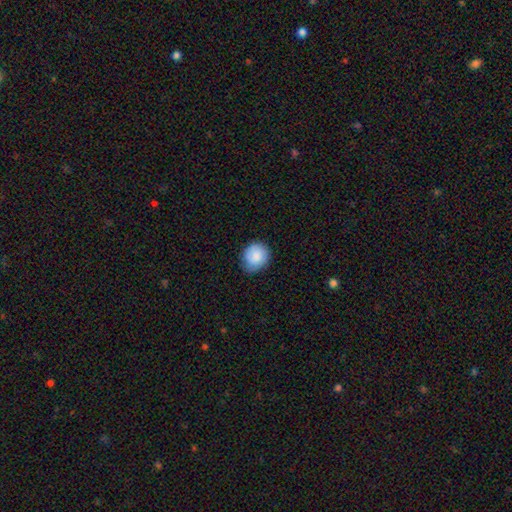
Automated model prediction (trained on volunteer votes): A smooth galaxy with no disk features (83%) that is round (72%). Merging: none (74%).